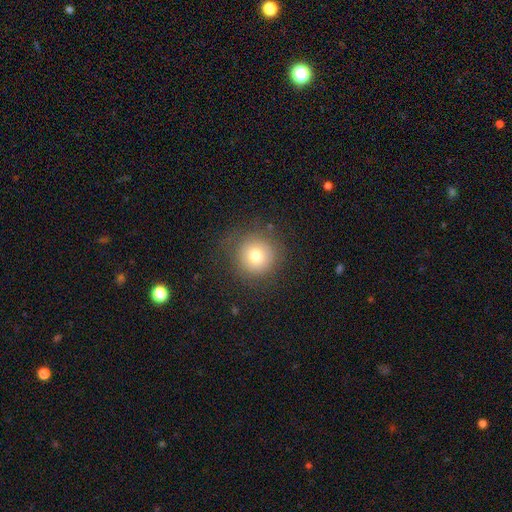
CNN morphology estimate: This is likely a smooth galaxy (76%). How rounded: clearly round (94%). Merging: clearly none (82%).